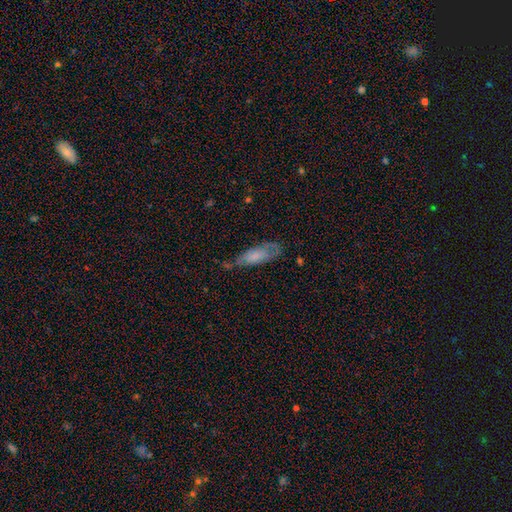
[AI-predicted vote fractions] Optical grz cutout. It shows a smooth galaxy with no disk features (59%) that is in between round and cigar-shaped (63%). Merging: none (45%).